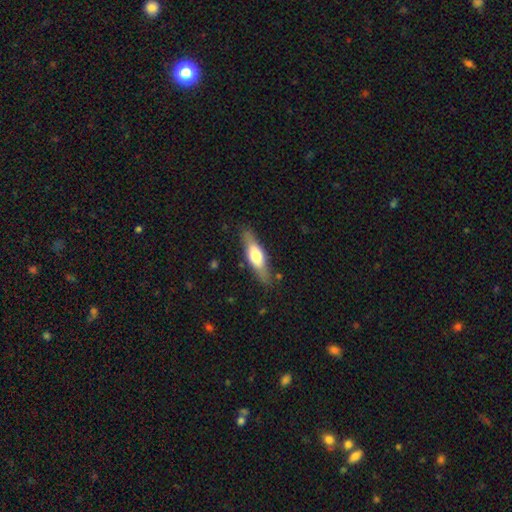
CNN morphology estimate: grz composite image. It shows a smooth galaxy with no disk features (52%) that is cigar-shaped (56%). Merging: none (81%).